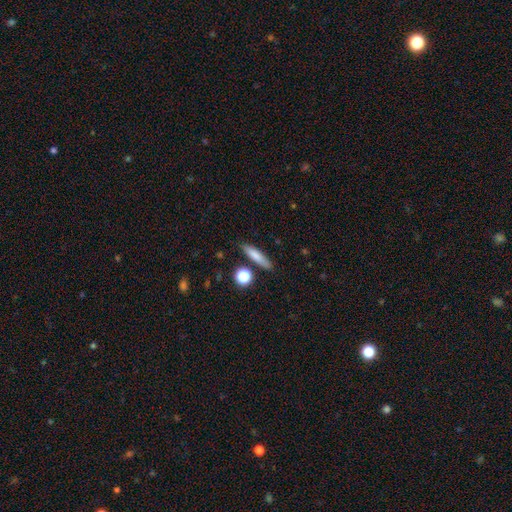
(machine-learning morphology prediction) Smooth or featured: smooth — 75% (featured or disk — 16%)
How rounded: cigar-shaped — 77% (in between — 18%)
Merging: none — 81% (minor disturbance — 11%)